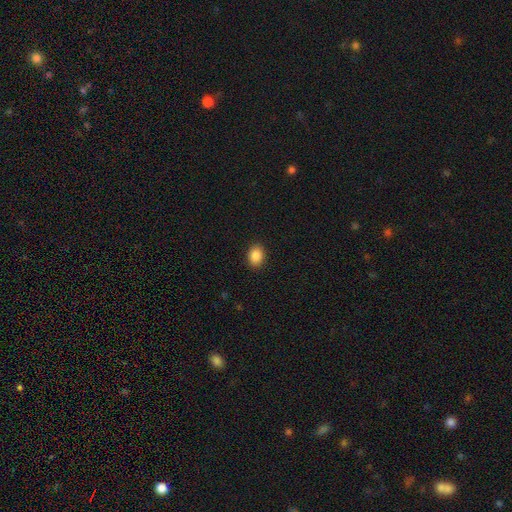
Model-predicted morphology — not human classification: Smooth or featured: smooth — 88% (star or artifact — 8%)
How rounded: in between — 70% (round — 29%)
Merging: none — 91% (minor disturbance — 6%)